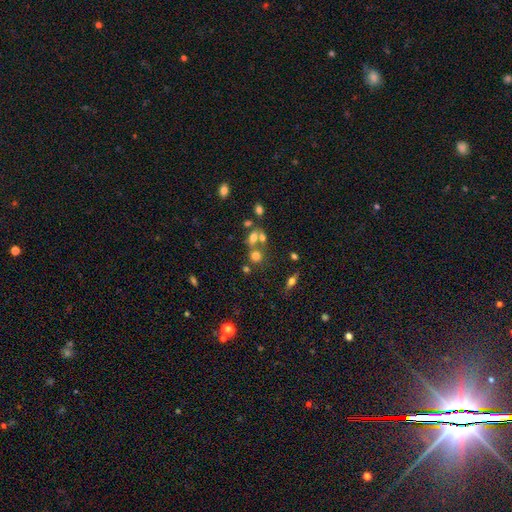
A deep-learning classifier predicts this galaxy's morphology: A smooth galaxy with no disk features (64%) that is round (72%). Merging: none (45%).